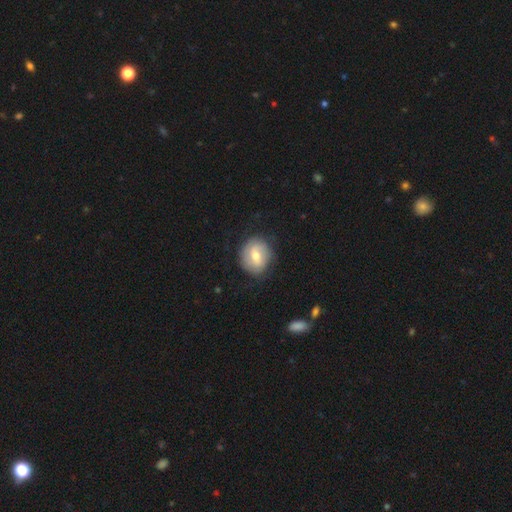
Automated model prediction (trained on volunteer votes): Smooth or featured: smooth — 57% (featured or disk — 36%)
How rounded: round — 75% (in between — 24%)
Merging: none — 80% (minor disturbance — 15%)